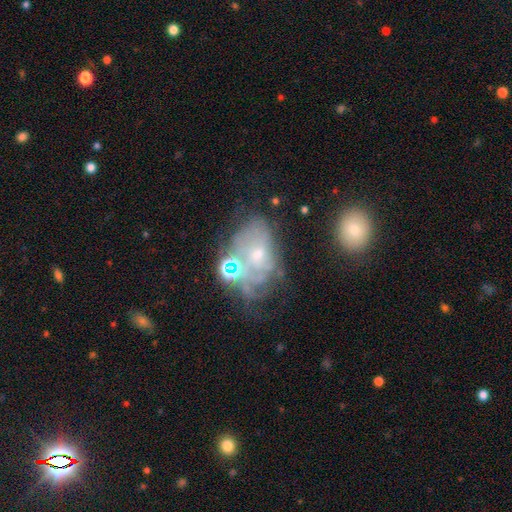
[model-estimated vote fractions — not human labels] Smooth or featured: featured or disk — 62% (smooth — 23%)
Edge-on disk: no — 96% (yes — 4%)
Bar: no — 80% (weak — 16%)
Spiral arms: yes — 56% (no — 44%)
Bulge size: small — 67% (moderate — 25%)
Merging: none — 32% (major disturbance — 27%)